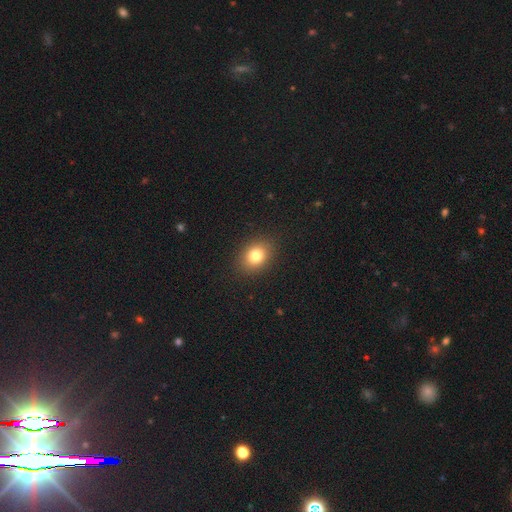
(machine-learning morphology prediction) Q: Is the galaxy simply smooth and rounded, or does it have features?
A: smooth — 80%.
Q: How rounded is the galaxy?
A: in between — 54%.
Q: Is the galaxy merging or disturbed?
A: none — 90%.